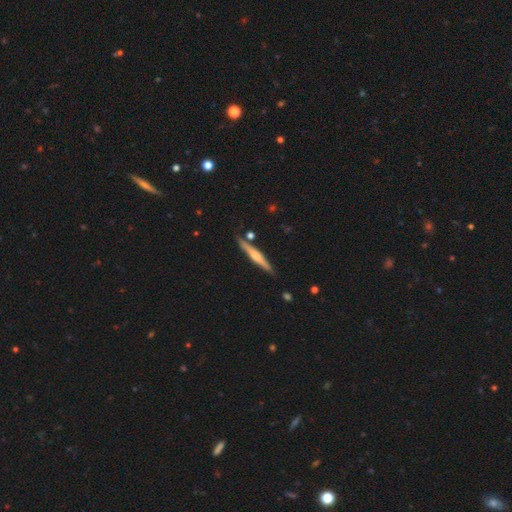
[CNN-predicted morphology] type=featured or disk (62%); edge-on=yes (97%); edge-on bulge=rounded (72%); merging=none (86%).